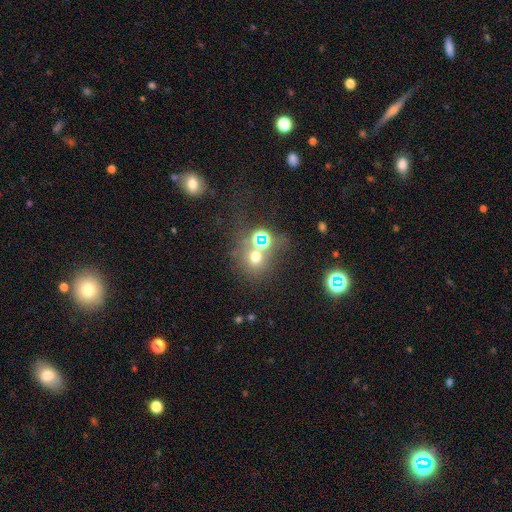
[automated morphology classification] Smooth or featured?
  - smooth: 55% *
  - star or artifact: 35%
  - featured or disk: 11%
How rounded?
  - round: 80% *
  - in between: 19%
  - cigar-shaped: 1%
Merging?
  - none: 60% *
  - merger: 23%
  - minor disturbance: 10%
  - major disturbance: 7%